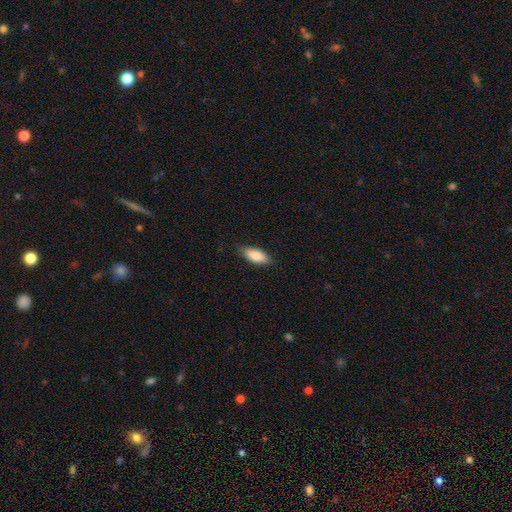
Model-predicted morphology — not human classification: Smooth or featured? smooth (83%)
How rounded? in between (82%)
Merging? none (82%)